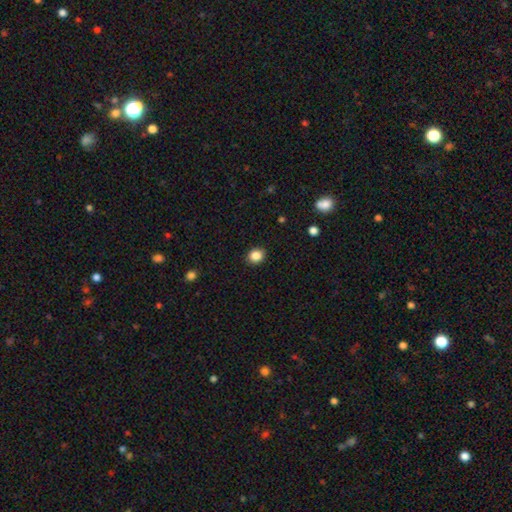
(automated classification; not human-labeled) This is clearly a smooth galaxy (86%). How rounded: likely round (65%). Merging: clearly none (91%).